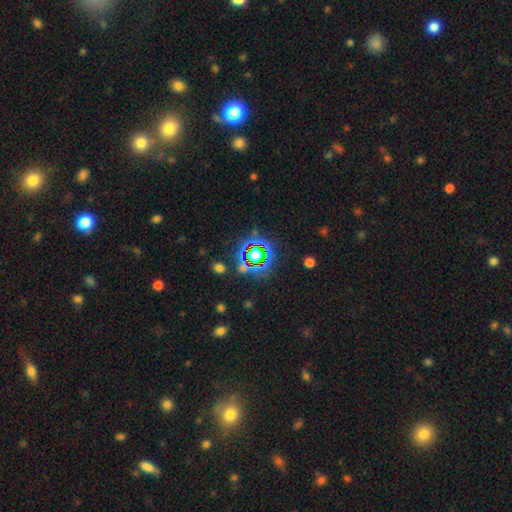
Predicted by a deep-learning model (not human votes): A star or artifact, not a galaxy (76%).

Vote fractions:
- Smooth or featured? star or artifact: 76% / smooth: 15% / featured or disk: 9%